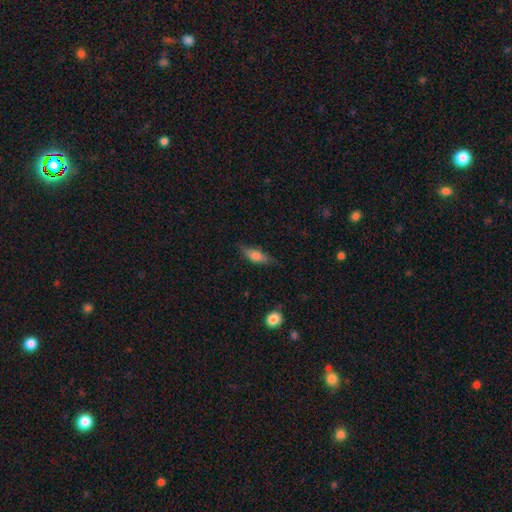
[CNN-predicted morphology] Smooth or featured? Predicted: smooth (p=0.70). How rounded? Predicted: in between (p=0.61). Merging? Predicted: none (p=0.69).